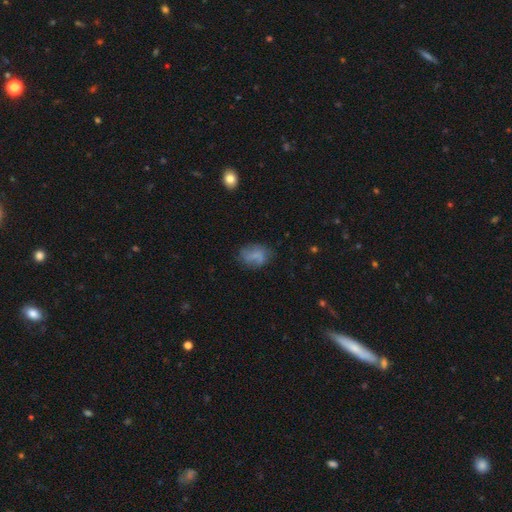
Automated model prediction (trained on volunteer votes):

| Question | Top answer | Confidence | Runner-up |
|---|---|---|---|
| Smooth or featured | smooth | 63% | featured or disk (27%) |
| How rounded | in between | 78% | round (20%) |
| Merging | none | 60% | minor disturbance (25%) |